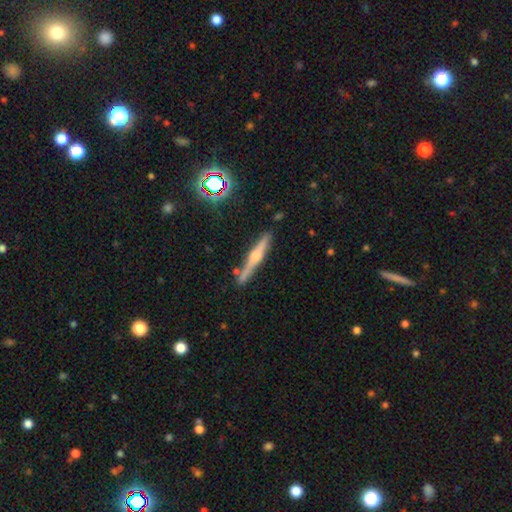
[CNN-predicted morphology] Smooth or featured? Predicted: featured or disk (p=0.67). Edge-on disk? Predicted: yes (p=0.97). Edge-on bulge? Predicted: rounded (p=0.84). Merging? Predicted: none (p=0.85).